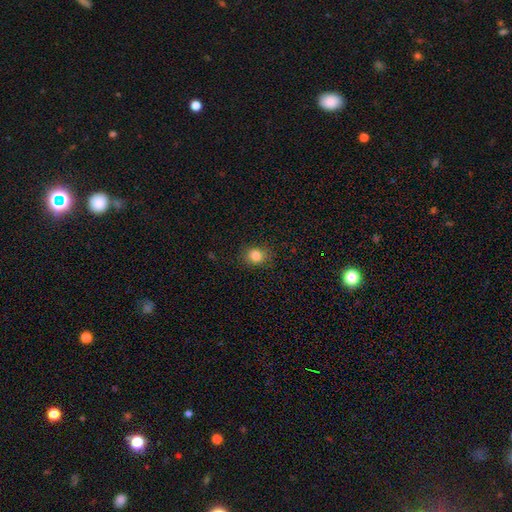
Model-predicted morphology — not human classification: type=smooth (84%); roundness=round (69%); merging=none (86%).